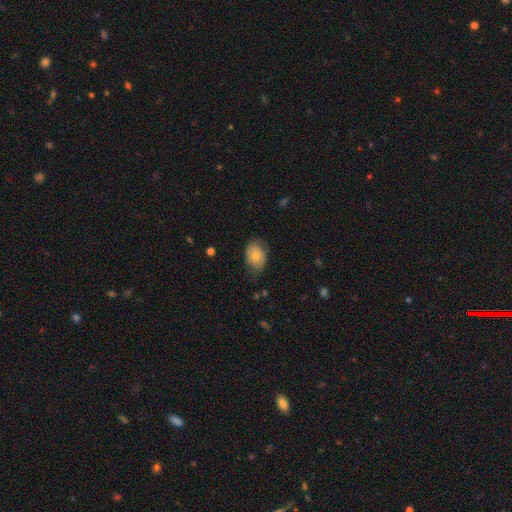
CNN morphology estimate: Smooth or featured? smooth (71%)
How rounded? in between (80%)
Merging? none (69%)